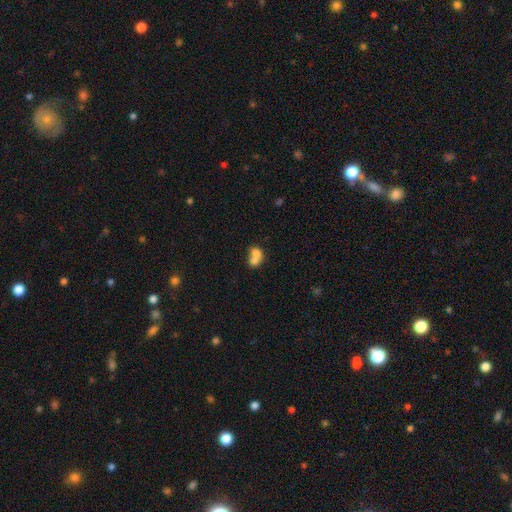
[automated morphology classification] smooth-or-featured: smooth: 71% | featured or disk: 20% | star or artifact: 10%
  how-rounded: in between: 52% | round: 47% | cigar-shaped: 1%
  merging: merger: 73% | none: 19% | minor disturbance: 5% | major disturbance: 3%